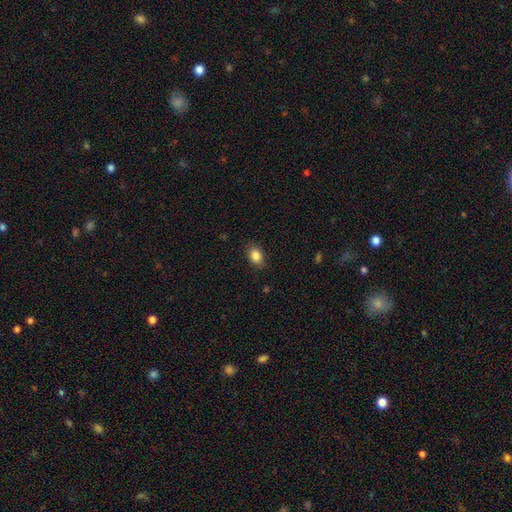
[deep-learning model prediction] Q: Smooth or featured?
A: smooth (86%); runner-up: star or artifact (9%)
Q: How rounded?
A: in between (75%); runner-up: round (23%)
Q: Merging?
A: none (87%); runner-up: minor disturbance (10%)